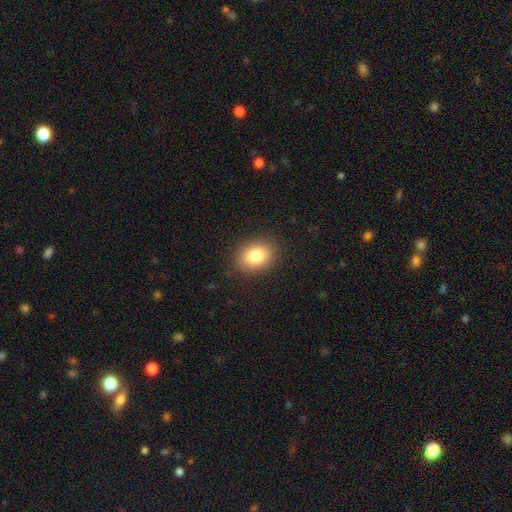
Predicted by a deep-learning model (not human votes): This appears to be a smooth galaxy with no disk features (83%) that is in between round and cigar-shaped (67%). Merging: none (87%).